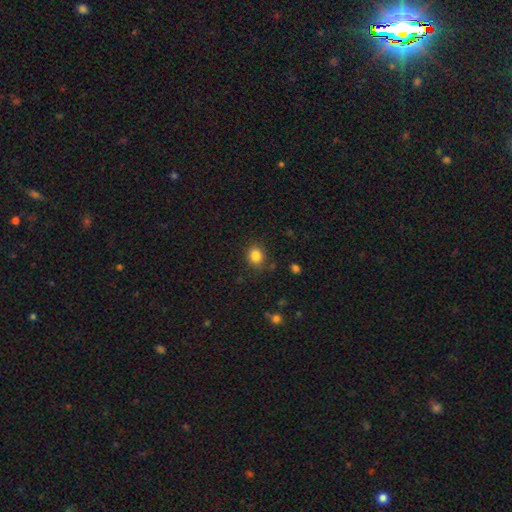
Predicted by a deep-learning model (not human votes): Smooth or featured? Predicted: smooth (p=0.84). How rounded? Predicted: round (p=0.70). Merging? Predicted: none (p=0.84).